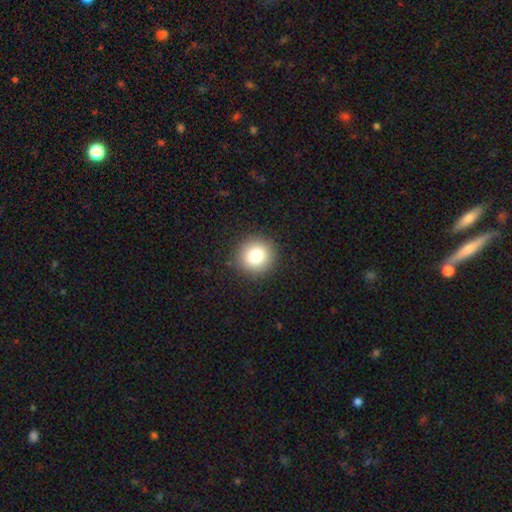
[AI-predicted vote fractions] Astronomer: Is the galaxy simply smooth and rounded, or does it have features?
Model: smooth — 80%.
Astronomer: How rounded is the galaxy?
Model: round — 93%.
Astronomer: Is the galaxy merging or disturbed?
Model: none — 91%.